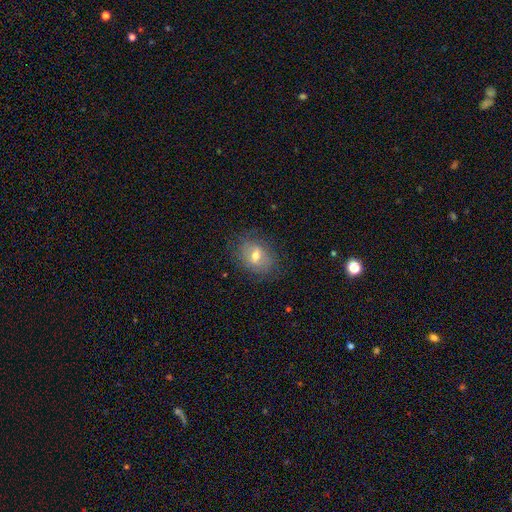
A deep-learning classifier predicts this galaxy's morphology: The model was most divided on "smooth or featured": smooth: 52%, featured or disk: 38%, star or artifact: 10%. More confident: merging — none (73%); how rounded — in between (63%).